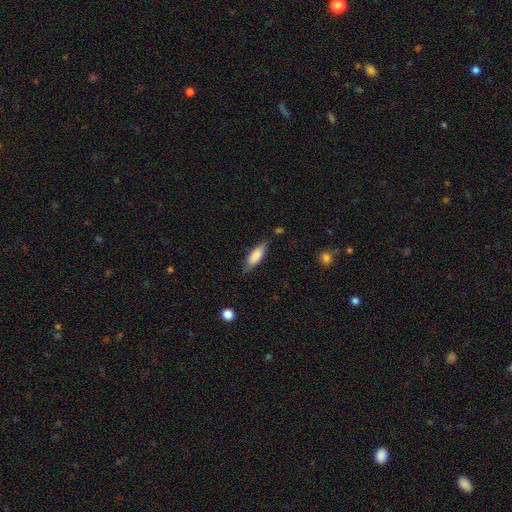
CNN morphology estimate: type=smooth (71%); roundness=in between (56%); merging=none (72%).